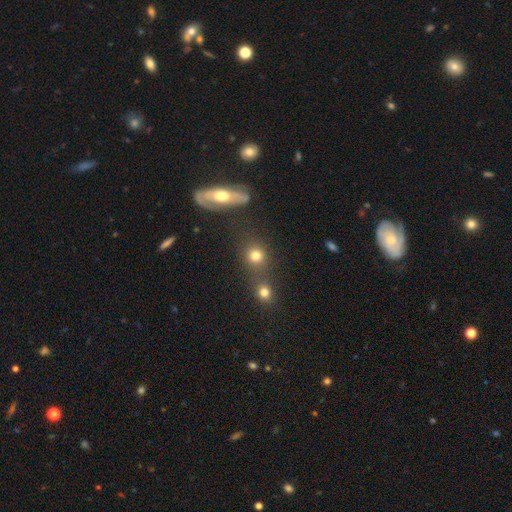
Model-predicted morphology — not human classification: Smooth or featured? smooth (76%)
How rounded? round (83%)
Merging? none (57%)